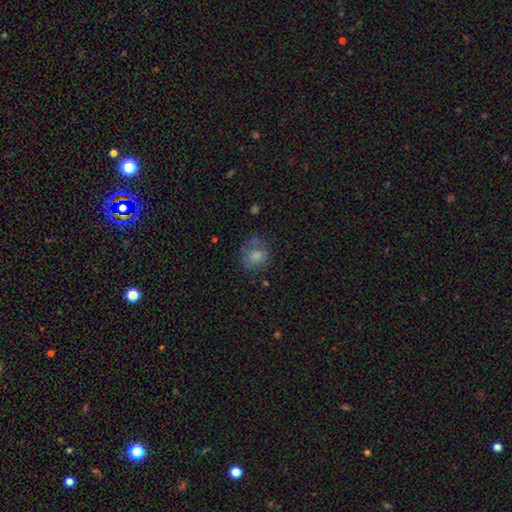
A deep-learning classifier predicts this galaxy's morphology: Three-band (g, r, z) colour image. It shows a smooth galaxy with no disk features (70%) that is round (60%). Merging: none (50%).